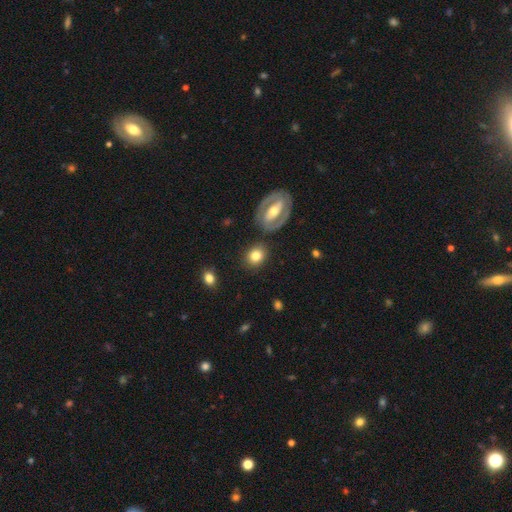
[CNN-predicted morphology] smooth_or_featured: smooth (p=0.75) [alt: featured or disk p=0.17]
how_rounded: round (p=0.67) [alt: in between p=0.31]
merging: none (p=0.82) [alt: minor disturbance p=0.10]